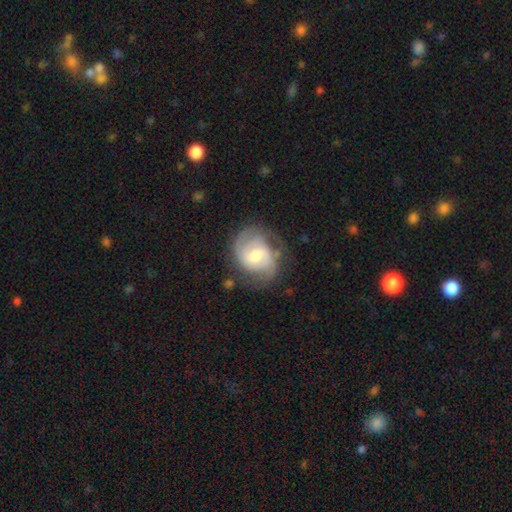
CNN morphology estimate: A featured or disk galaxy (81%) with a weak bar (51%), 2 (71%) tight (45%) spiral arms (94%) and a moderate central bulge (65%).

Vote fractions:
- Smooth or featured? featured or disk: 81% / smooth: 14% / star or artifact: 5%
- Edge-on disk? no: 98% / yes: 2%
- Bar? weak: 51% / no: 39% / strong: 11%
- Spiral arms? yes: 94% / no: 6%
- Spiral winding? tight: 45% / medium: 43% / loose: 12%
- Spiral arm count? 2: 71% / can't tell: 13% / 3: 9% / 1: 3% / 4: 2% / more than 4: 2%
- Bulge size? moderate: 65% / small: 24% / large: 9% / none: 2% / dominant: 1%
- Merging? none: 69% / minor disturbance: 20% / major disturbance: 9% / merger: 2%